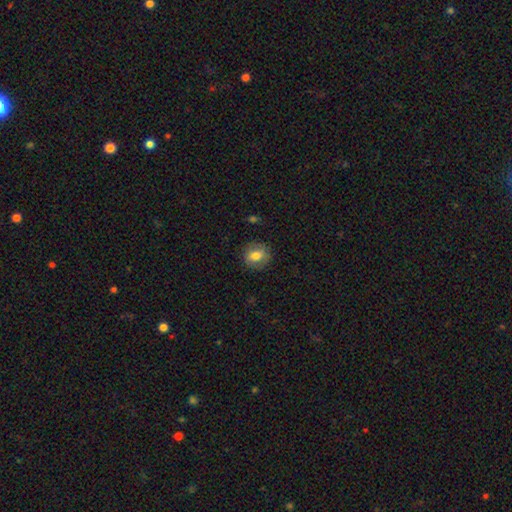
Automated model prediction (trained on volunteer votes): Morphology: type=smooth (72%); roundness=round (73%); merging=none (84%).